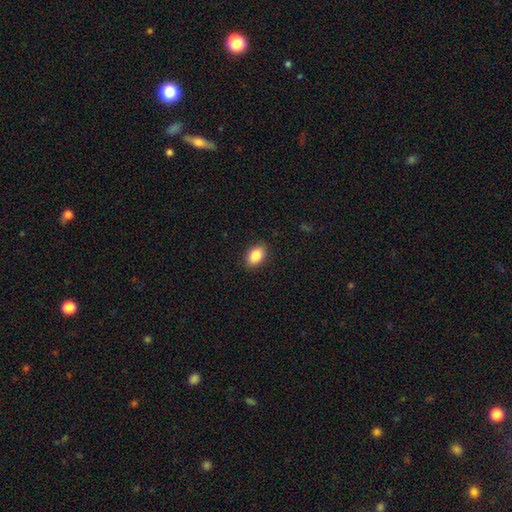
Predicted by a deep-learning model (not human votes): Smooth or featured: smooth — 86% (star or artifact — 8%)
How rounded: in between — 86% (round — 12%)
Merging: none — 89% (minor disturbance — 8%)